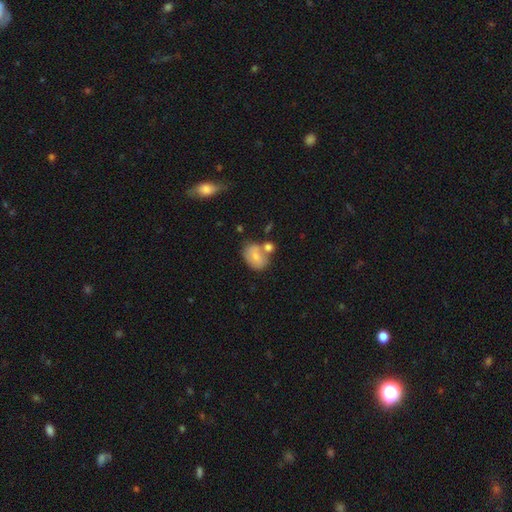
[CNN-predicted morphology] Q: Smooth or featured?
A: smooth (71%); runner-up: featured or disk (20%)
Q: How rounded?
A: in between (68%); runner-up: round (31%)
Q: Merging?
A: none (47%); runner-up: merger (31%)